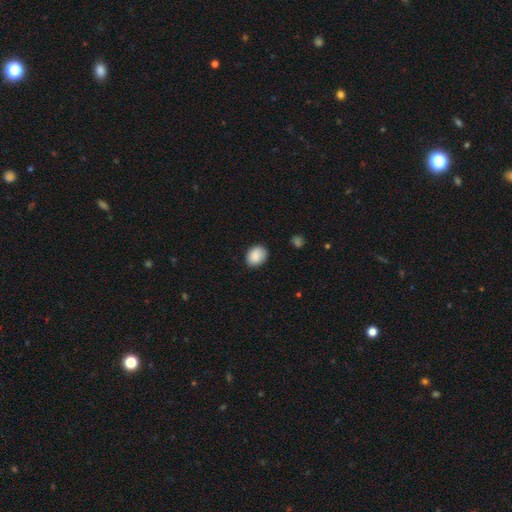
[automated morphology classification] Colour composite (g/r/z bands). It shows a smooth galaxy with no disk features (89%) that is in between round and cigar-shaped (62%). Merging: none (83%).